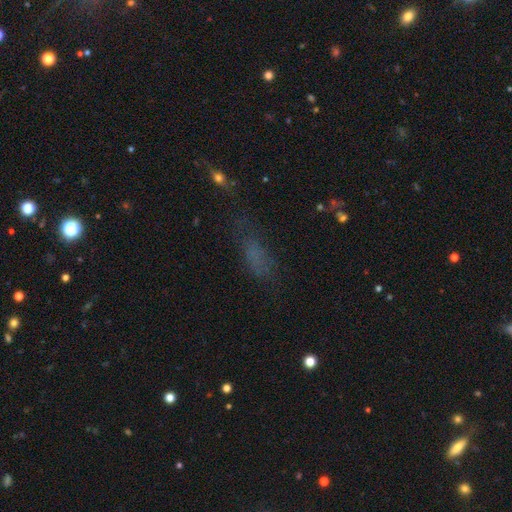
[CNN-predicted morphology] smooth-or-featured: smooth: 59% | star or artifact: 24% | featured or disk: 17%
  how-rounded: in between: 57% | cigar-shaped: 37% | round: 5%
  merging: none: 53% | minor disturbance: 22% | major disturbance: 20% | merger: 5%